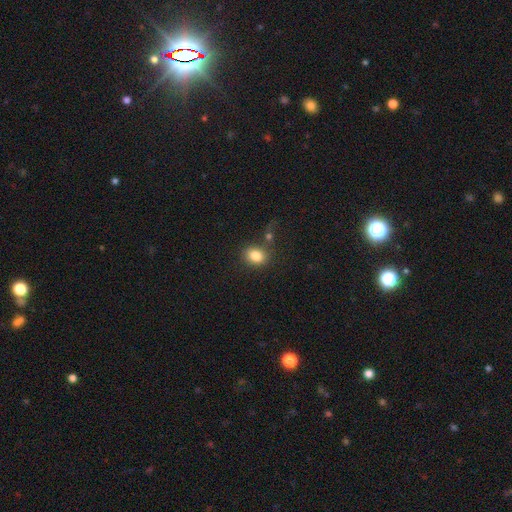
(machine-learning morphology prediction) type=smooth (83%); roundness=round (50%); merging=none (71%).